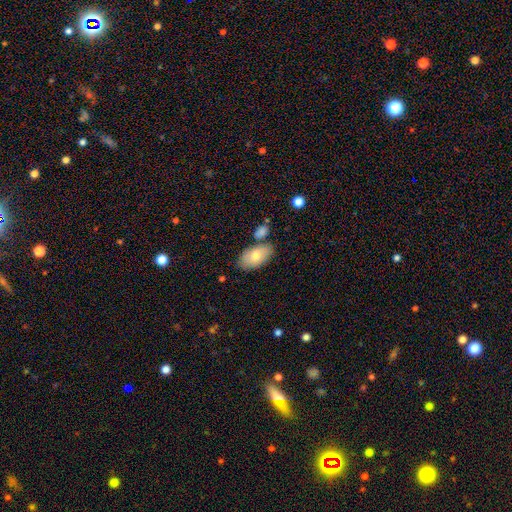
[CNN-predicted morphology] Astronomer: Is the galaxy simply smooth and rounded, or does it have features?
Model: smooth — 74%.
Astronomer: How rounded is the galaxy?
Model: in between — 93%.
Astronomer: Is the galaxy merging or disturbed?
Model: none — 70%.